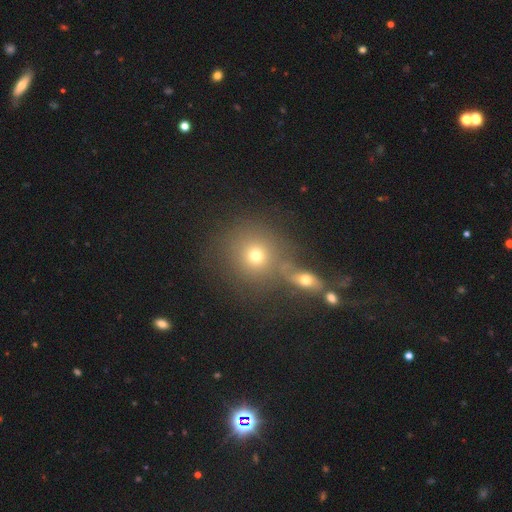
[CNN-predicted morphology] smooth 70%, star or artifact 15%, featured or disk 15%. Down the decision tree: how rounded — round (85%); merging — none (55%).